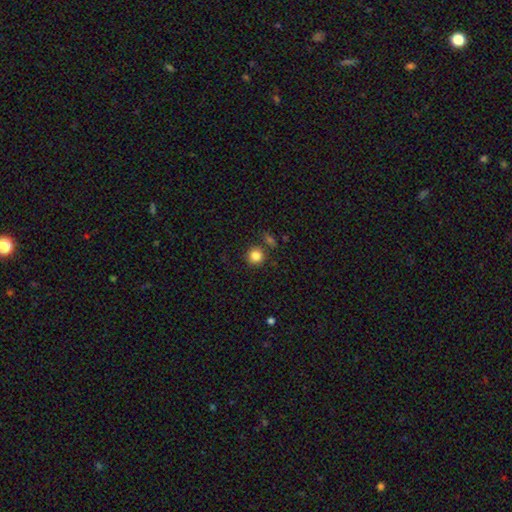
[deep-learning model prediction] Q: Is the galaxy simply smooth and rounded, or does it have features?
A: smooth — 84%.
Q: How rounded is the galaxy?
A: round — 93%.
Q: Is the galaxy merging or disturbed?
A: none — 82%.